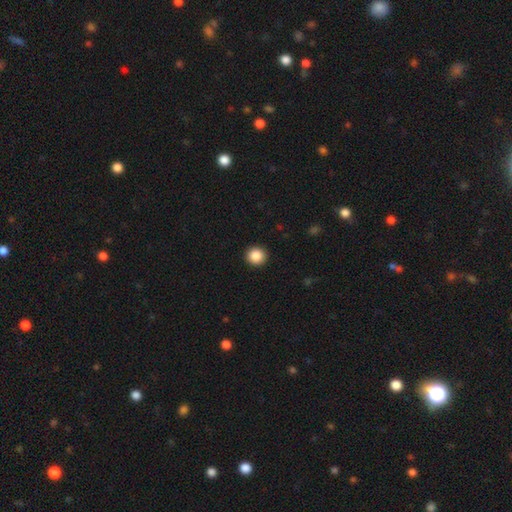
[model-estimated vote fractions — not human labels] Morphology: type=smooth (87%); roundness=round (93%); merging=none (93%).